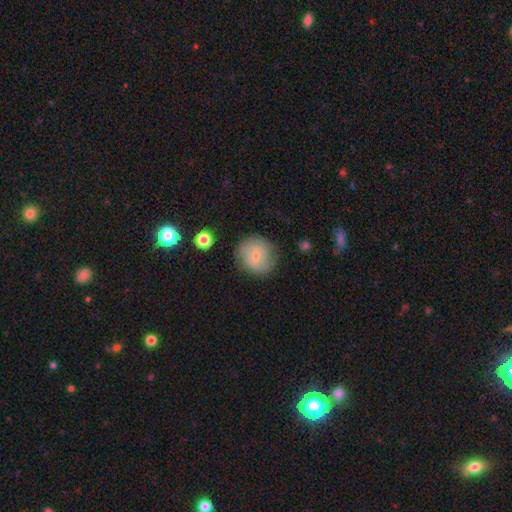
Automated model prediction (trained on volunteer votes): Morphology: type=smooth (57%); roundness=round (81%); merging=none (68%).